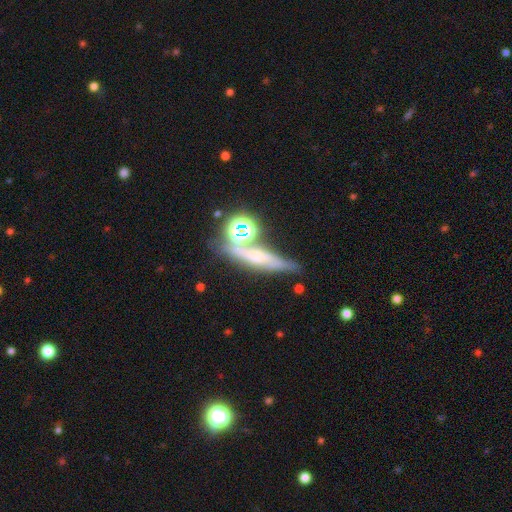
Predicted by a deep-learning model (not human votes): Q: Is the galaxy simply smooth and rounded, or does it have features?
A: featured or disk — 37%.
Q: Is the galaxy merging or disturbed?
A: none — 64%.